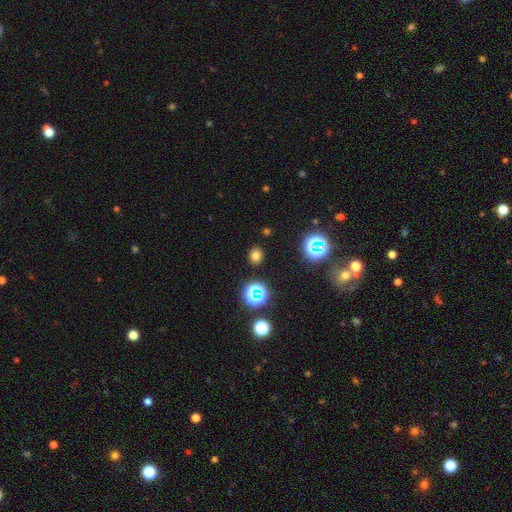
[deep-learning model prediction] Smooth or featured?
  - smooth: 70% *
  - star or artifact: 23%
  - featured or disk: 6%
How rounded?
  - round: 66% *
  - in between: 33%
  - cigar-shaped: 1%
Merging?
  - none: 88% *
  - minor disturbance: 7%
  - major disturbance: 3%
  - merger: 2%